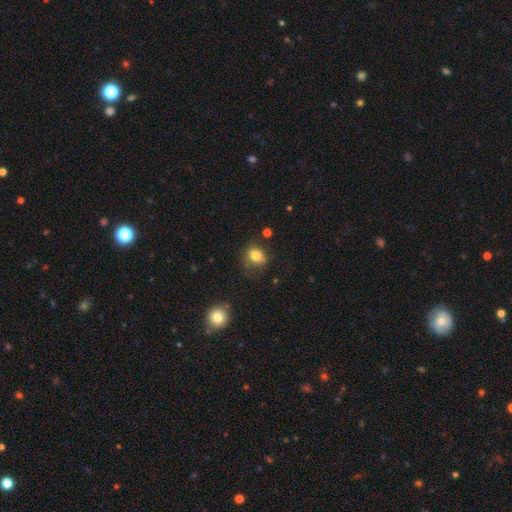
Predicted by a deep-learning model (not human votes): Q: Smooth or featured?
A: smooth (79%); runner-up: star or artifact (11%)
Q: How rounded?
A: round (57%); runner-up: in between (42%)
Q: Merging?
A: none (64%); runner-up: minor disturbance (24%)